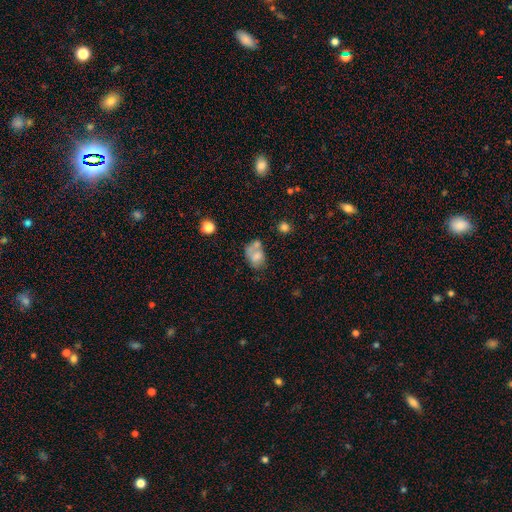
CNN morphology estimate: Smooth or featured? smooth (63%)
How rounded? in between (73%)
Merging? merger (36%)